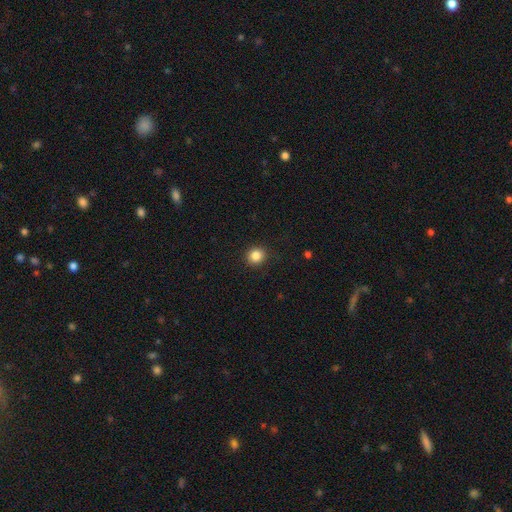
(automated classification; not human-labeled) The model was most divided on "smooth or featured": smooth: 85%, star or artifact: 11%, featured or disk: 4%. More confident: merging — none (90%); how rounded — round (89%).